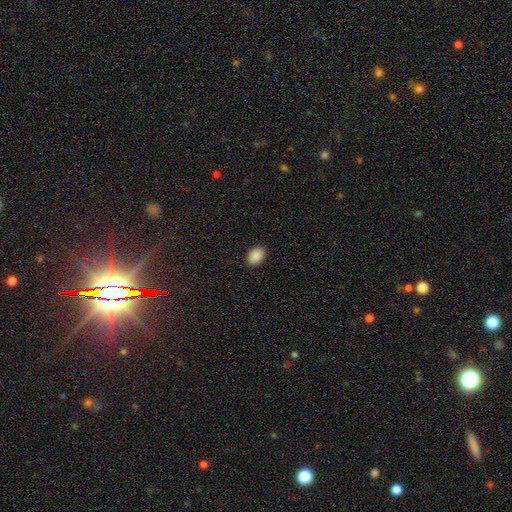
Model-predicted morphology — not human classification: The model was most divided on "how rounded": in between: 85%, round: 14%, cigar-shaped: 1%. More confident: smooth or featured — smooth (90%); merging — none (89%).